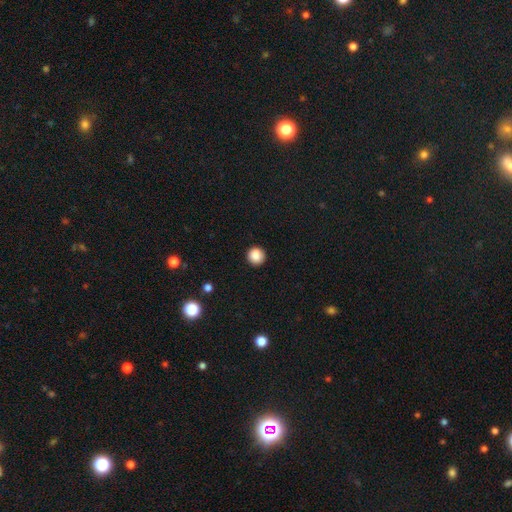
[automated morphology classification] Smooth or featured: smooth — 87% (star or artifact — 10%)
How rounded: round — 95% (in between — 4%)
Merging: none — 92% (minor disturbance — 6%)